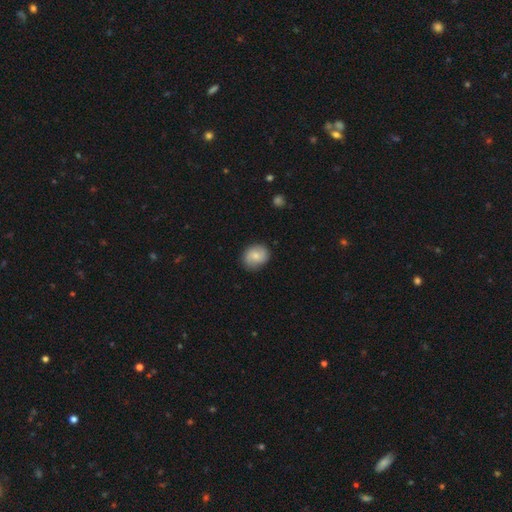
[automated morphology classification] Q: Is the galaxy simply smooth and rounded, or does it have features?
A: smooth — 70%.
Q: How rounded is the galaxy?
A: round — 64%.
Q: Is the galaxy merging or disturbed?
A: none — 83%.